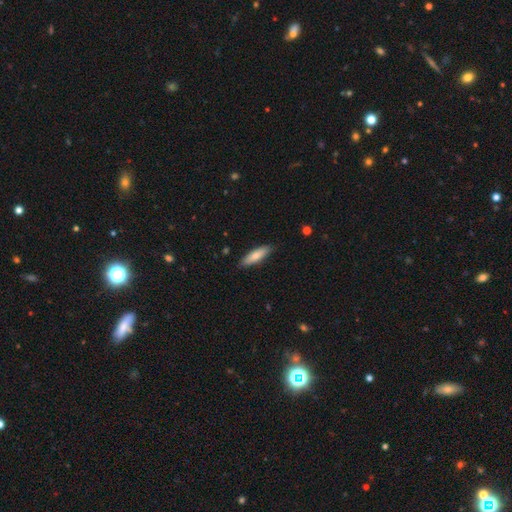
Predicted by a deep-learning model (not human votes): smooth 76%, featured or disk 19%, star or artifact 6%. Down the decision tree: how rounded — cigar-shaped (63%); merging — none (86%).